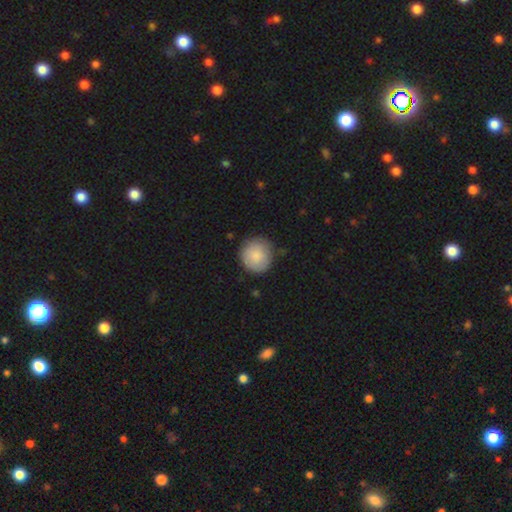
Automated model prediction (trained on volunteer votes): Morphology: type=smooth (86%); roundness=round (94%); merging=none (82%).